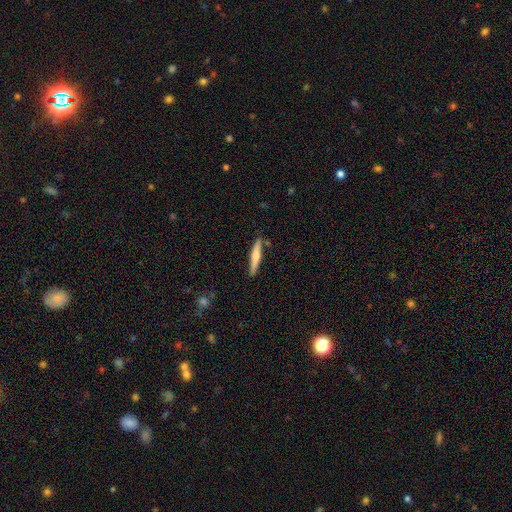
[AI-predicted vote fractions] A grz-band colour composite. It shows a smooth galaxy with no disk features (54%) that is cigar-shaped (92%). Merging: none (86%).